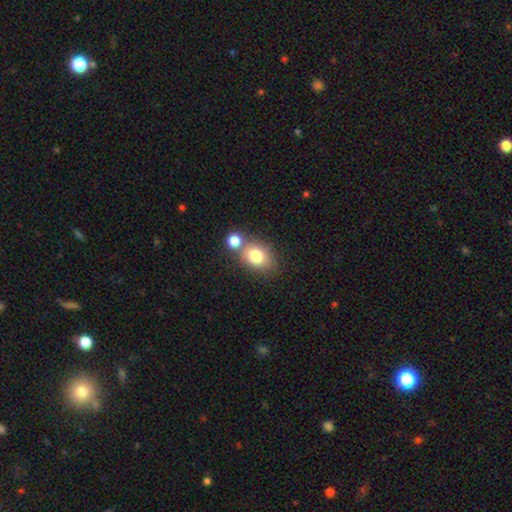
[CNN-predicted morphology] This is likely a smooth galaxy (77%). How rounded: possibly in between (57%). Merging: possibly none (51%).